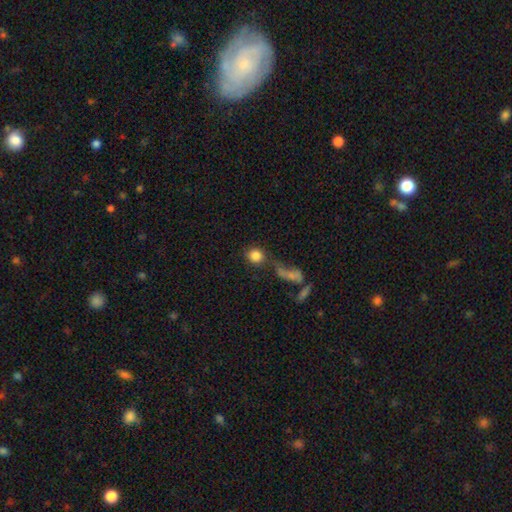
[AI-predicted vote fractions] smooth 83%, star or artifact 10%, featured or disk 7%. Down the decision tree: how rounded — round (82%); merging — none (57%).